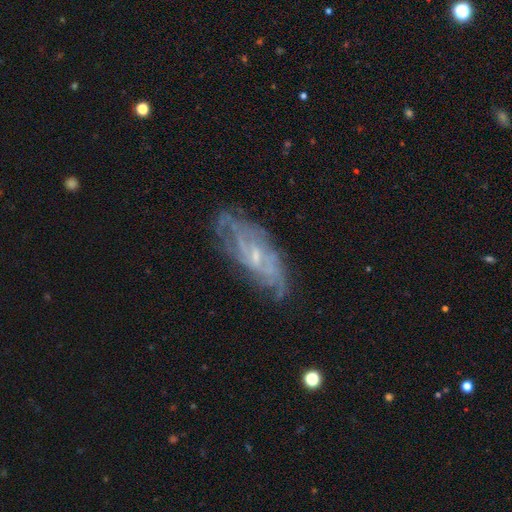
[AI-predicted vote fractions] Morphology: type=featured or disk (79%); edge-on=no (88%); bar=weak (47%); spiral arms=yes (84%); winding=tight (49%); arm count=can't tell (52%); bulge=small (68%); merging=none (67%).